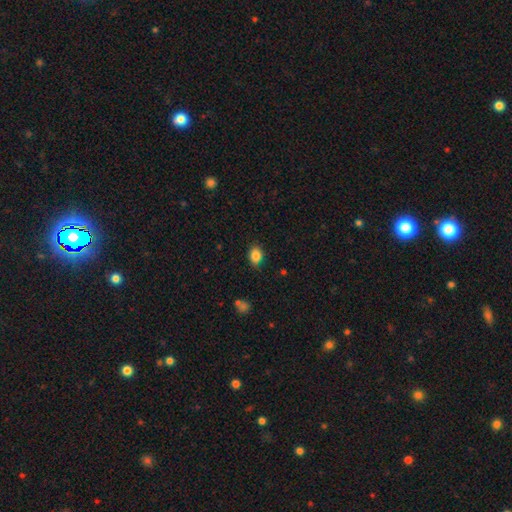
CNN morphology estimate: smooth-or-featured: smooth: 85% | star or artifact: 10% | featured or disk: 5%
  how-rounded: in between: 64% | round: 35% | cigar-shaped: 1%
  merging: none: 80% | minor disturbance: 16% | major disturbance: 3% | merger: 1%